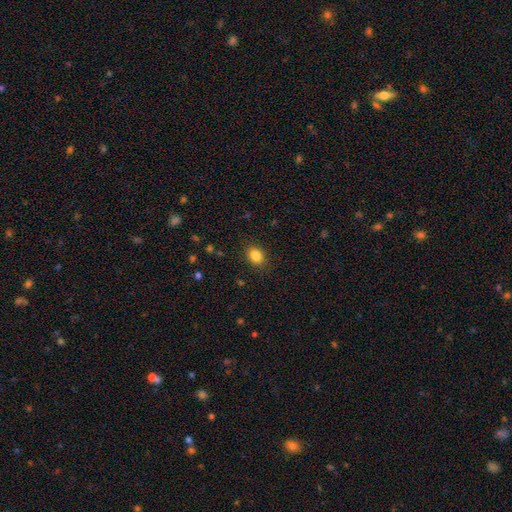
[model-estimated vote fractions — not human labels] This appears to be a smooth galaxy with no disk features (84%) that is in between round and cigar-shaped (56%). Merging: none (87%).